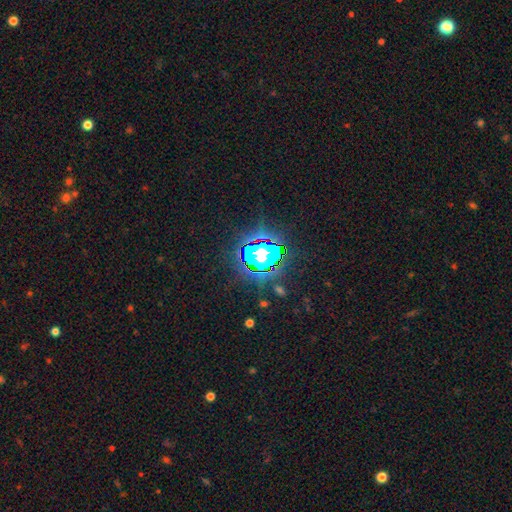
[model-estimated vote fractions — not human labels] This appears to be a star or artifact, not a galaxy (78%).